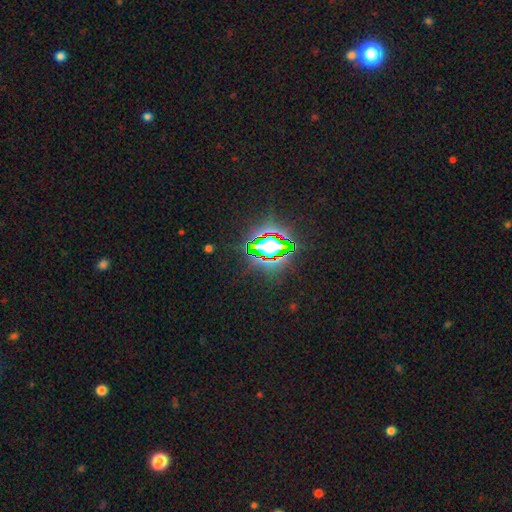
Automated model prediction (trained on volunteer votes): This is likely a star or artifact rather than a galaxy (78%).